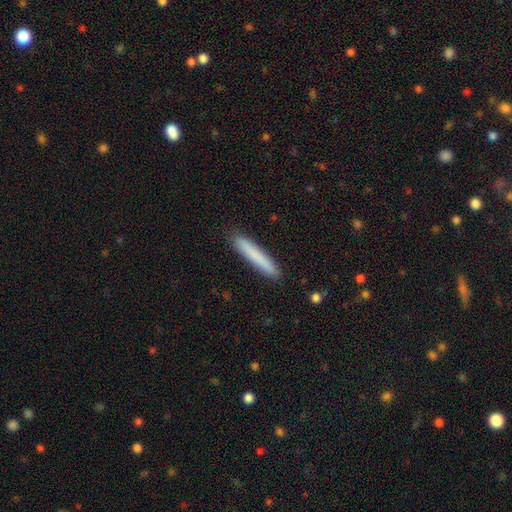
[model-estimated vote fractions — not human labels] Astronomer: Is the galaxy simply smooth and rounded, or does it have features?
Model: smooth — 81%.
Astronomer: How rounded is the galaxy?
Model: cigar-shaped — 95%.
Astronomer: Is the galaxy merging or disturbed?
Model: none — 90%.